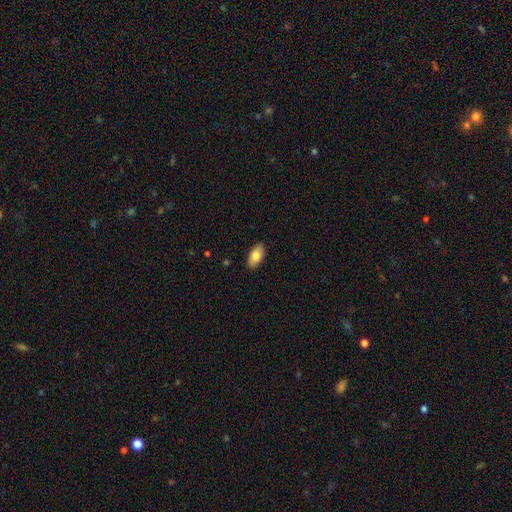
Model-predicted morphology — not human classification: smooth 82%, featured or disk 12%, star or artifact 6%. Down the decision tree: how rounded — in between (93%); merging — none (88%).